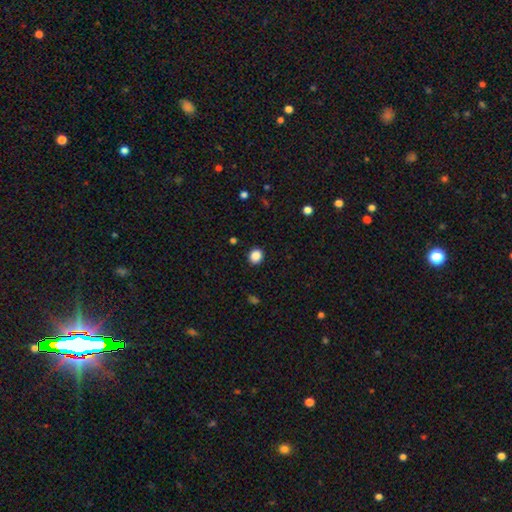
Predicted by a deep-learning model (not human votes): smooth-or-featured: smooth: 87% | star or artifact: 10% | featured or disk: 3%
  how-rounded: round: 77% | in between: 22% | cigar-shaped: 1%
  merging: none: 91% | minor disturbance: 6% | major disturbance: 2% | merger: 1%